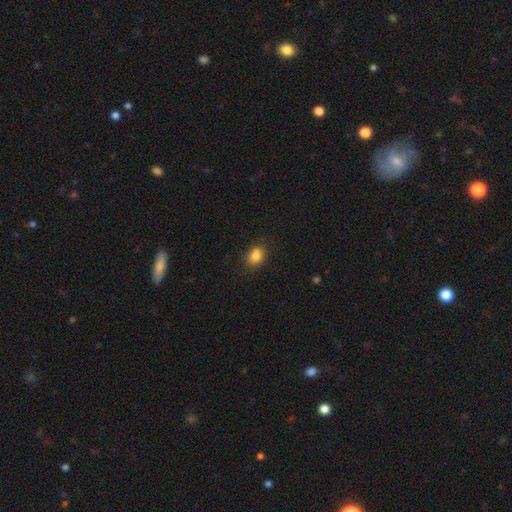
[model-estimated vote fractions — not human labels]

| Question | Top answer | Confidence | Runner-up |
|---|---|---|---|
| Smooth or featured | smooth | 84% | star or artifact (10%) |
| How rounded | in between | 72% | round (27%) |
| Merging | none | 79% | minor disturbance (15%) |